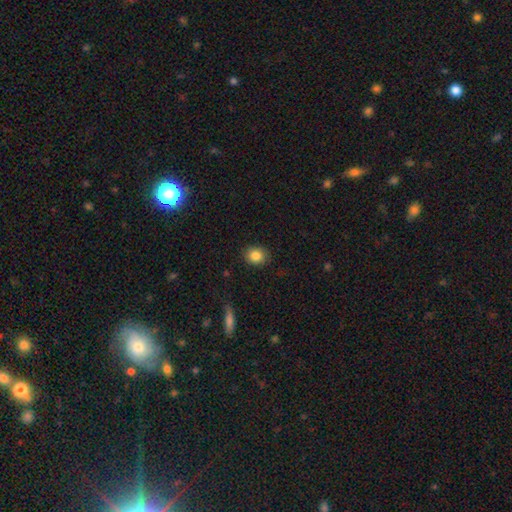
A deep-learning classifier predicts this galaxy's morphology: This appears to be a smooth galaxy with no disk features (85%) that is round (68%). Merging: none (88%).